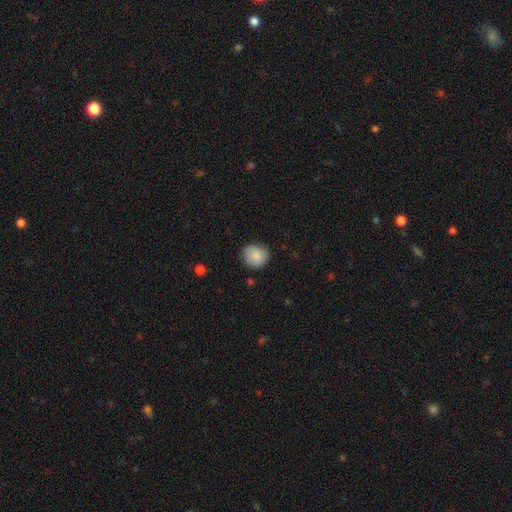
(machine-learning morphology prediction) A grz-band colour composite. It shows a smooth galaxy with no disk features (87%) that is round (86%). Merging: none (81%).